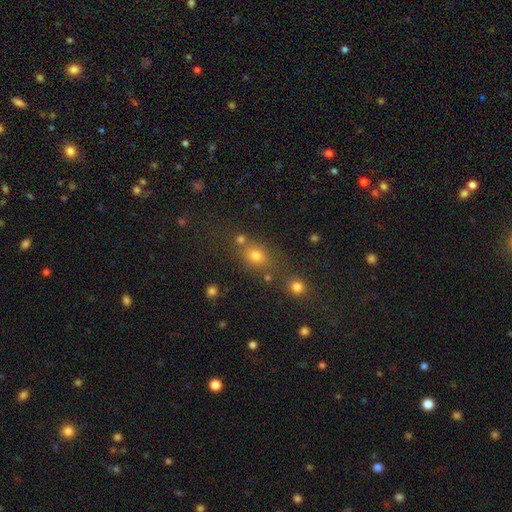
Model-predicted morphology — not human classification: Q: Smooth or featured?
A: smooth (71%); runner-up: star or artifact (20%)
Q: How rounded?
A: round (56%); runner-up: in between (41%)
Q: Merging?
A: none (62%); runner-up: merger (20%)